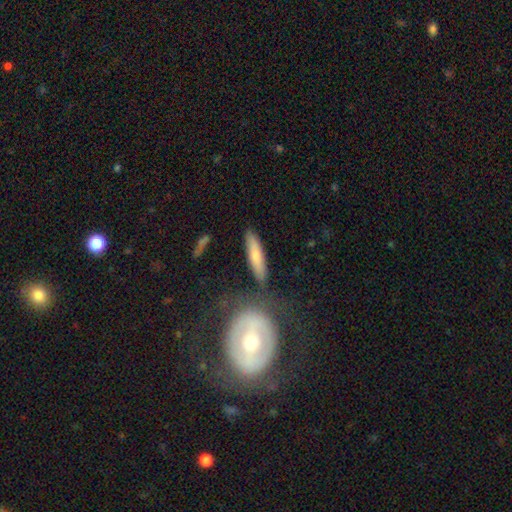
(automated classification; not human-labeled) Smooth or featured? smooth (70%)
How rounded? cigar-shaped (79%)
Merging? none (77%)